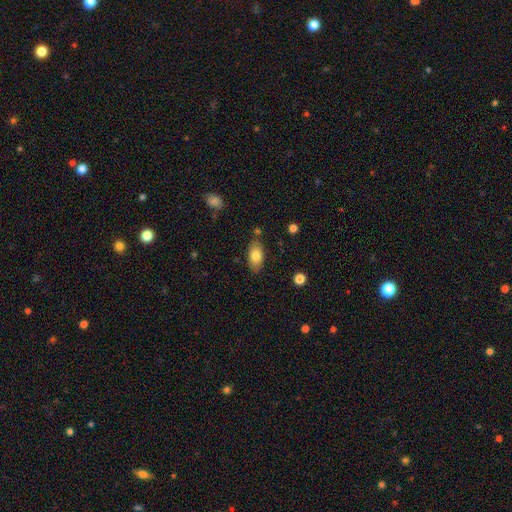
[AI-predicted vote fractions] smooth-or-featured: smooth: 78% | featured or disk: 15% | star or artifact: 7%
  how-rounded: in between: 91% | cigar-shaped: 5% | round: 4%
  merging: none: 79% | minor disturbance: 14% | merger: 4% | major disturbance: 3%